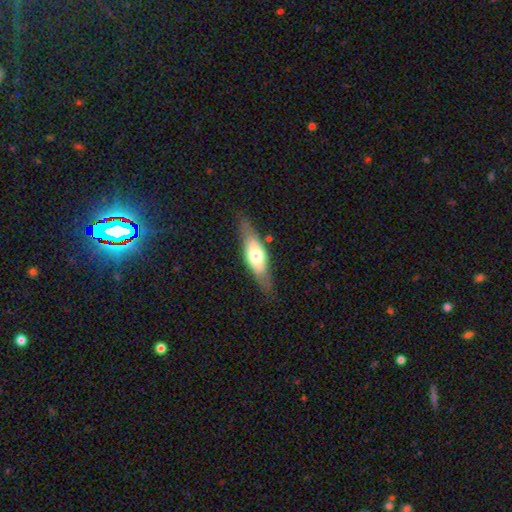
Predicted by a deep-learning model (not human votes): Q: Smooth or featured?
A: smooth (52%); runner-up: featured or disk (43%)
Q: How rounded?
A: in between (53%); runner-up: cigar-shaped (44%)
Q: Merging?
A: none (77%); runner-up: minor disturbance (16%)